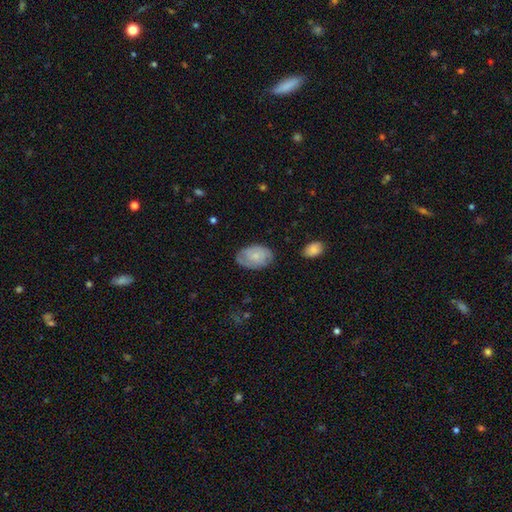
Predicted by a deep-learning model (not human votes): Smooth or featured: smooth — 56% (featured or disk — 37%)
How rounded: in between — 87% (round — 12%)
Merging: none — 69% (minor disturbance — 23%)